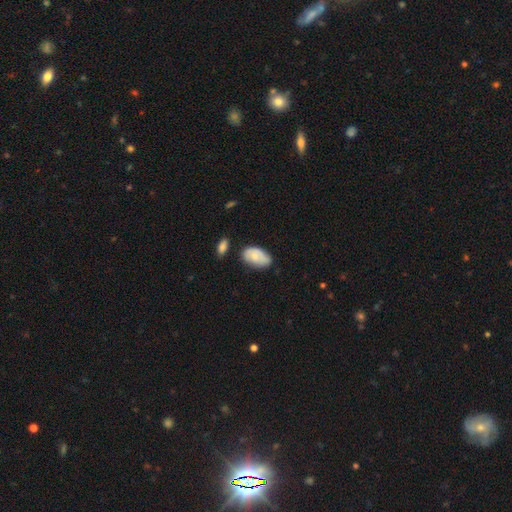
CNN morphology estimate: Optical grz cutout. It shows a smooth galaxy with no disk features (68%) that is in between round and cigar-shaped (93%). Merging: none (59%).